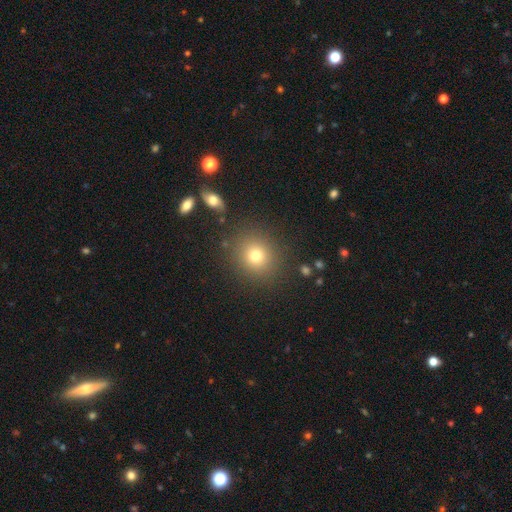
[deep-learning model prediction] Smooth or featured?
  - smooth: 75% *
  - star or artifact: 15%
  - featured or disk: 10%
How rounded?
  - round: 84% *
  - in between: 15%
  - cigar-shaped: 1%
Merging?
  - none: 87% *
  - minor disturbance: 8%
  - major disturbance: 3%
  - merger: 2%